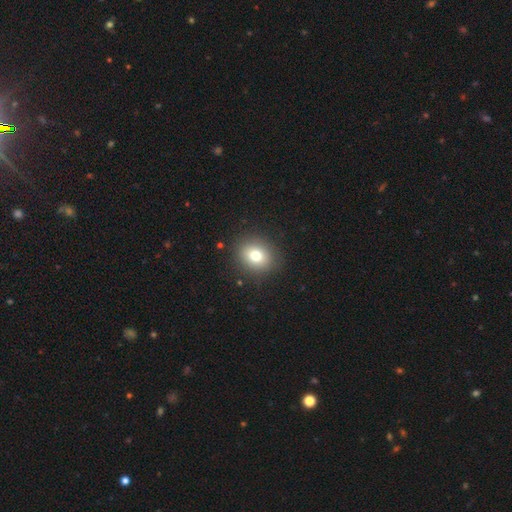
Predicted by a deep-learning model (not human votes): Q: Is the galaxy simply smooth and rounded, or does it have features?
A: smooth — 76%.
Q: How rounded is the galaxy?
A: round — 67%.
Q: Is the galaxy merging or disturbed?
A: none — 88%.